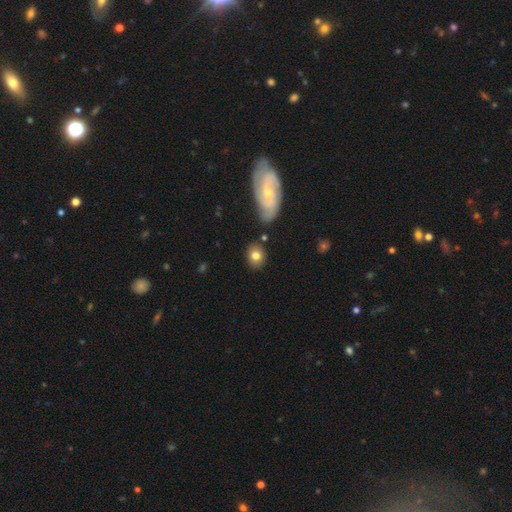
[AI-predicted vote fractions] This appears to be a smooth galaxy with no disk features (78%) that is round (59%). Merging: none (78%).